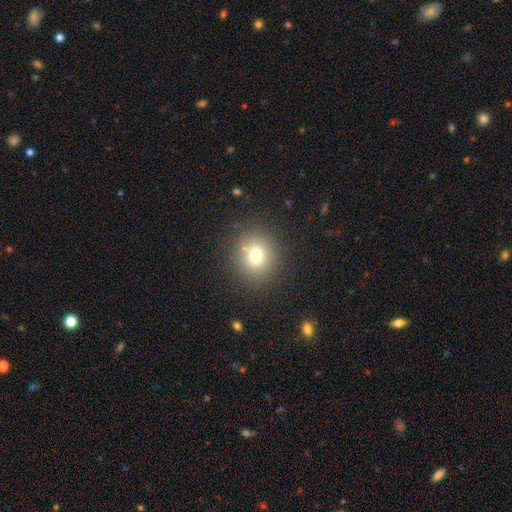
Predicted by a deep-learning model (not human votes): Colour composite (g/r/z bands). It shows a smooth galaxy with no disk features (73%) that is round (80%). Merging: none (83%).